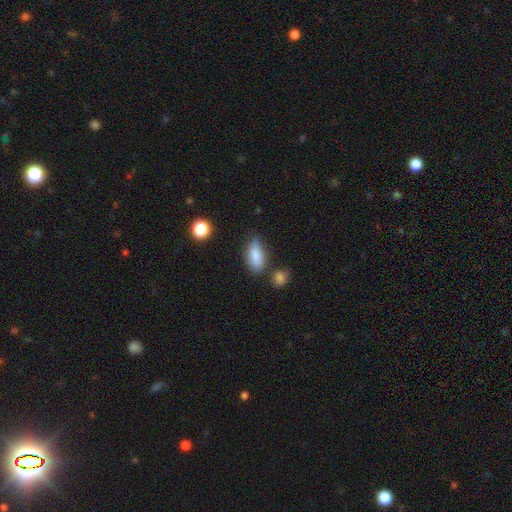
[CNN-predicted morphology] Smooth or featured? smooth (82%)
How rounded? in between (83%)
Merging? none (62%)